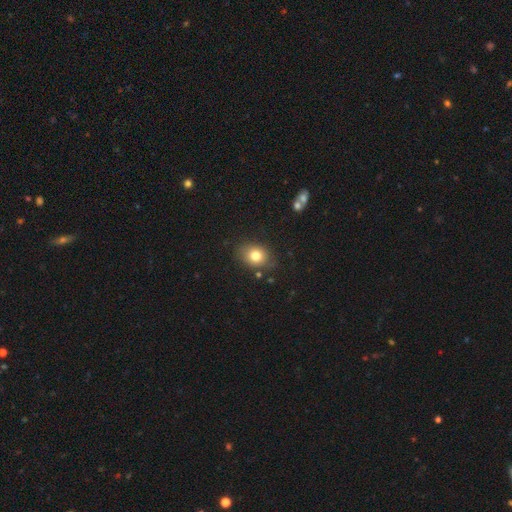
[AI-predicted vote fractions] The model was most divided on "how rounded": round: 51%, in between: 48%, cigar-shaped: 1%. More confident: merging — none (79%); smooth or featured — smooth (78%).